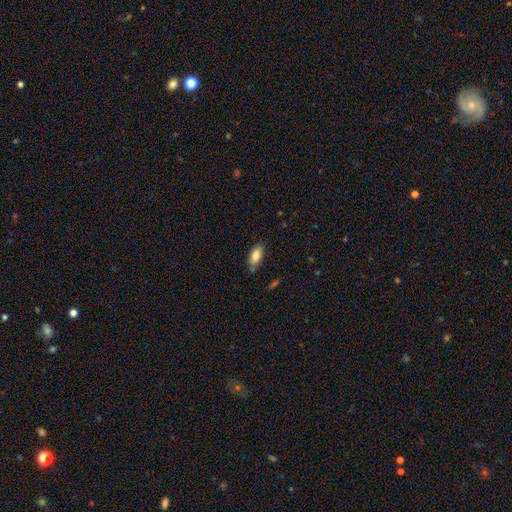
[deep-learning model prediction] This is clearly a smooth galaxy (81%). How rounded: clearly in between (87%). Merging: likely none (70%).